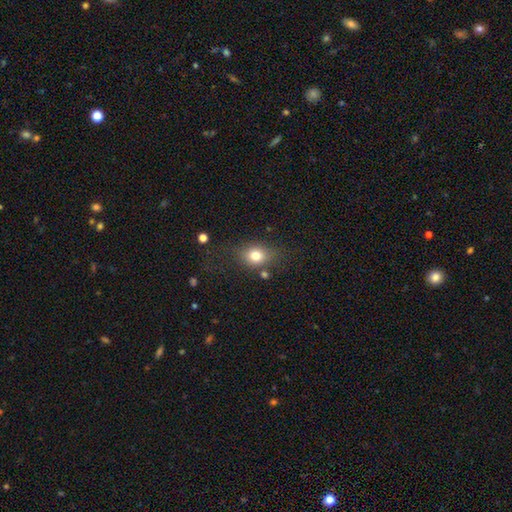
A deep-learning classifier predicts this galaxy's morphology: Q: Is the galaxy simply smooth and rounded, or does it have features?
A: smooth — 78%.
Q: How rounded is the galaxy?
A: in between — 52%.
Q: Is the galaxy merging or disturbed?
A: none — 67%.